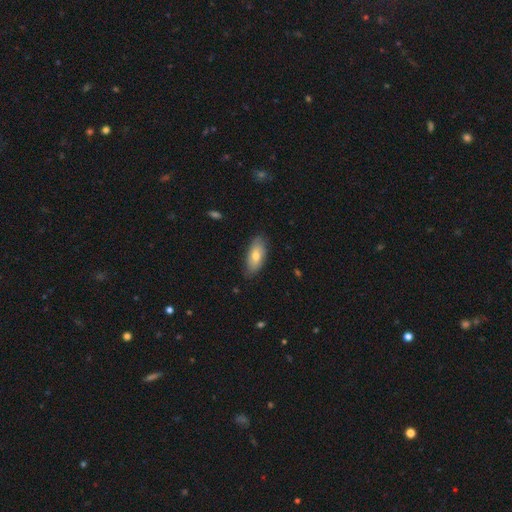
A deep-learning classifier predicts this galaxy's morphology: Overall: smooth (68%). How rounded: in between (87%). Merging: none (81%).